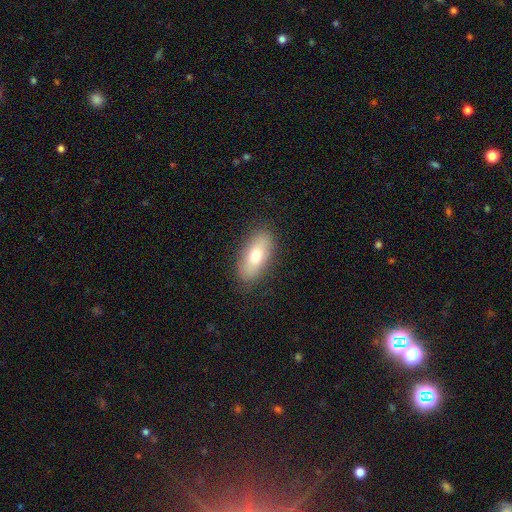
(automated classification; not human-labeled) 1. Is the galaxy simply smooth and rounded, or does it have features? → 72% smooth, 22% featured or disk, 7% star or artifact.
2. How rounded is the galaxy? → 82% in between, 15% cigar-shaped, 3% round.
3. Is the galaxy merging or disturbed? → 85% none, 11% minor disturbance, 3% major disturbance, 1% merger.